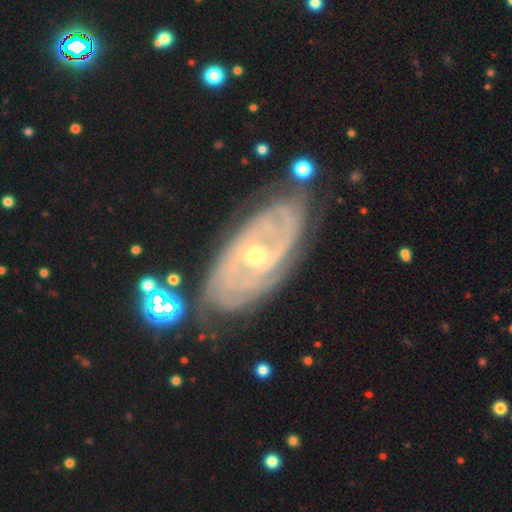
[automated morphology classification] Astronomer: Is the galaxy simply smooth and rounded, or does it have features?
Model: featured or disk — 87%.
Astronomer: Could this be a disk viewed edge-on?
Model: no — 93%.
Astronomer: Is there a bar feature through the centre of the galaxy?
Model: no — 47% (runner-up: weak, 38%).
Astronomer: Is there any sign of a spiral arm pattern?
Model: yes — 96%.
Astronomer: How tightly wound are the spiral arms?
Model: tight — 74%.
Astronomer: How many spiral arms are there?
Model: can't tell — 31% (runner-up: 2, 27%).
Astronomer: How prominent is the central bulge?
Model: small — 49% (runner-up: moderate, 48%).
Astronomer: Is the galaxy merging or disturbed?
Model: none — 78%.